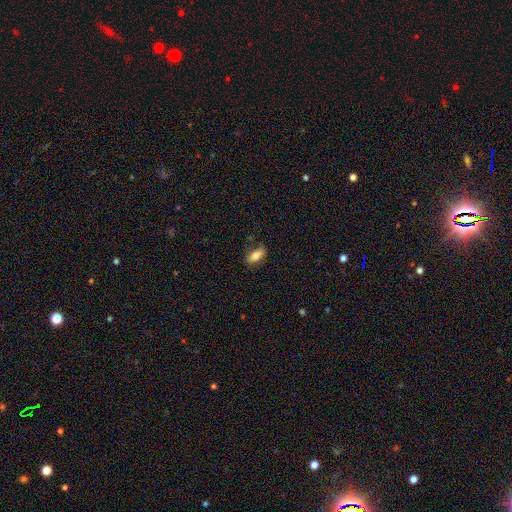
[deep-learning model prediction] Smooth or featured?
  - smooth: 76% *
  - featured or disk: 17%
  - star or artifact: 7%
How rounded?
  - in between: 79% *
  - cigar-shaped: 18%
  - round: 3%
Merging?
  - none: 80% *
  - minor disturbance: 15%
  - major disturbance: 3%
  - merger: 2%